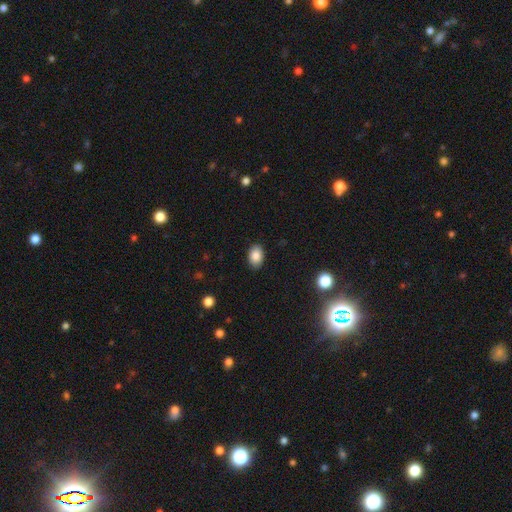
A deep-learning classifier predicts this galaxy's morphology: This is clearly a smooth galaxy (87%). How rounded: clearly in between (84%). Merging: clearly none (88%).